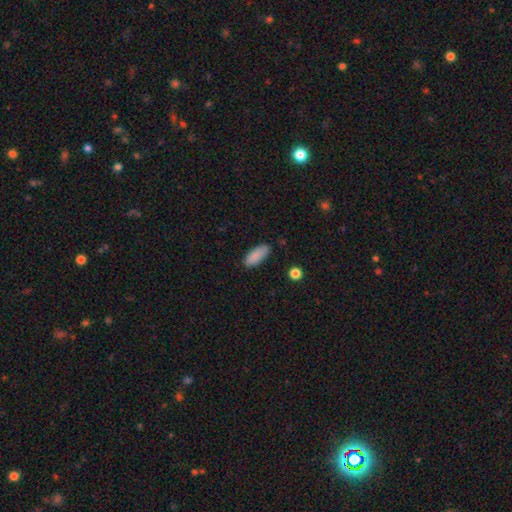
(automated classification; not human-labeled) Smooth or featured? smooth (88%)
How rounded? in between (79%)
Merging? none (82%)